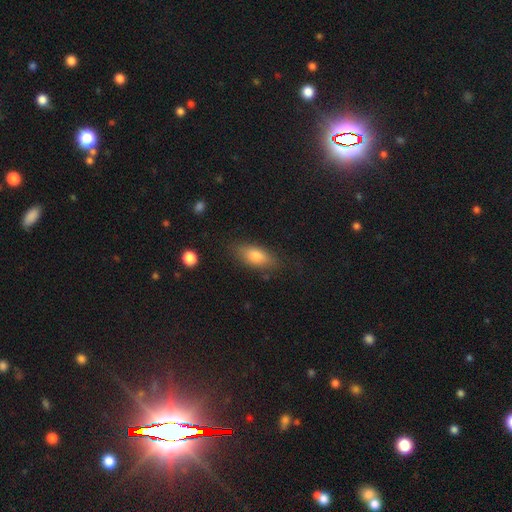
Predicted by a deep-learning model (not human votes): A smooth galaxy with no disk features (77%) that is in between round and cigar-shaped (78%). Merging: none (78%).